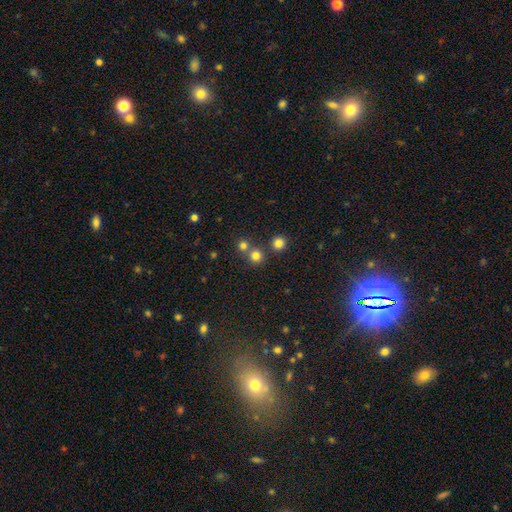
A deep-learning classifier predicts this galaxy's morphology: This is likely a smooth galaxy (76%). How rounded: clearly round (92%). Merging: likely none (66%).